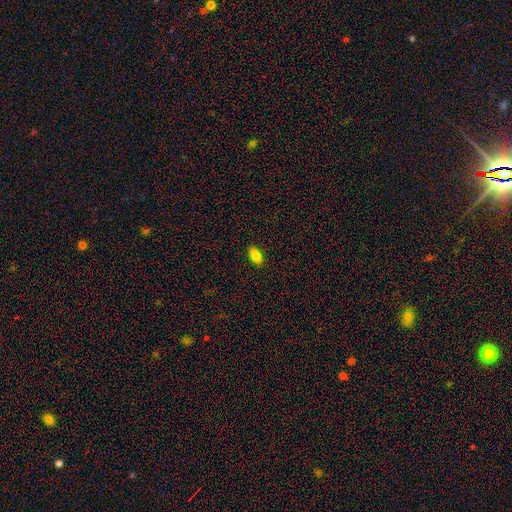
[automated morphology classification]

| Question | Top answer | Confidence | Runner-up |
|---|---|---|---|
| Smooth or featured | smooth | 85% | star or artifact (9%) |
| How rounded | in between | 92% | cigar-shaped (4%) |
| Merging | none | 89% | minor disturbance (8%) |